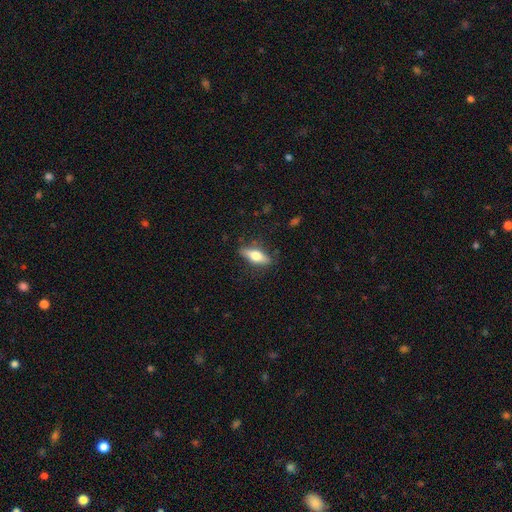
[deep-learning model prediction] smooth-or-featured: smooth: 62% | featured or disk: 32% | star or artifact: 6%
  how-rounded: in between: 58% | cigar-shaped: 39% | round: 3%
  merging: none: 83% | minor disturbance: 13% | major disturbance: 3% | merger: 1%